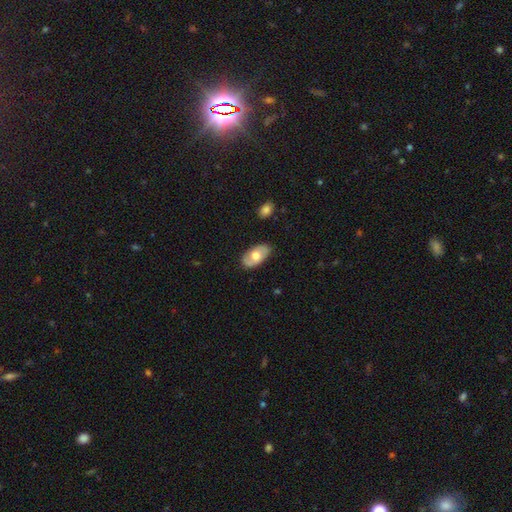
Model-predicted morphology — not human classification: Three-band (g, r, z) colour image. It shows a smooth galaxy with no disk features (57%) that is in between round and cigar-shaped (94%). Merging: none (81%).